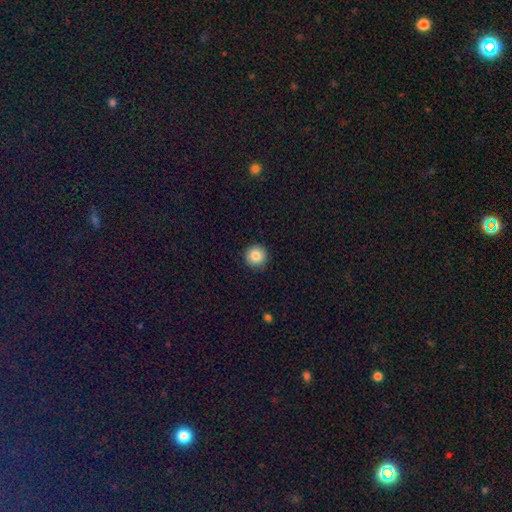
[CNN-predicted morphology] Overall: smooth (84%). How rounded: round (96%). Merging: none (92%).